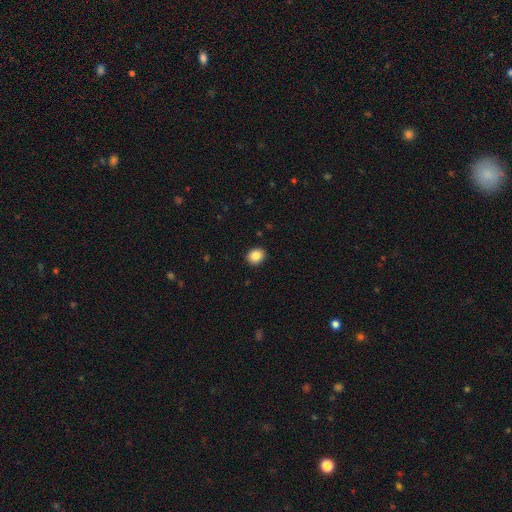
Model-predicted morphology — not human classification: smooth_or_featured: smooth (p=0.86) [alt: star or artifact p=0.09]
how_rounded: round (p=0.67) [alt: in between p=0.32]
merging: none (p=0.92) [alt: minor disturbance p=0.06]